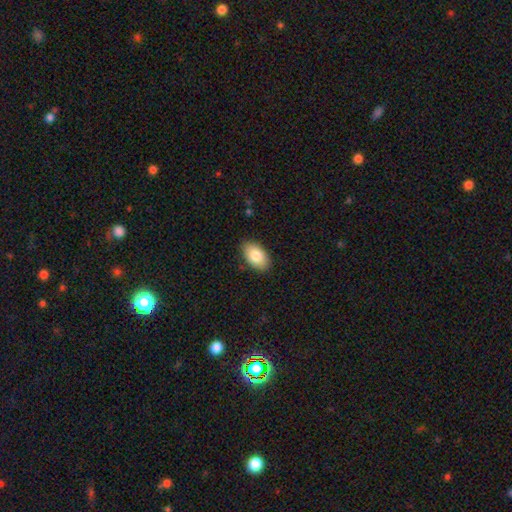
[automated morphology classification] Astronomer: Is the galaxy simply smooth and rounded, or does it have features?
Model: smooth — 83%.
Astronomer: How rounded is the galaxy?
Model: in between — 93%.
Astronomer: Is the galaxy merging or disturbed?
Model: none — 86%.